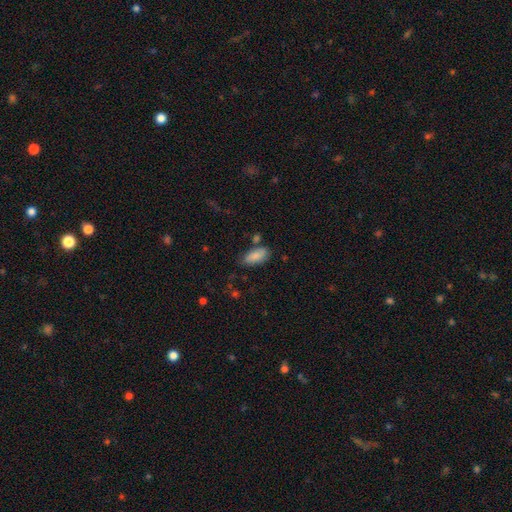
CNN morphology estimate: smooth-or-featured: smooth: 86% | featured or disk: 7% | star or artifact: 7%
  how-rounded: in between: 90% | cigar-shaped: 8% | round: 2%
  merging: none: 66% | minor disturbance: 21% | merger: 8% | major disturbance: 5%